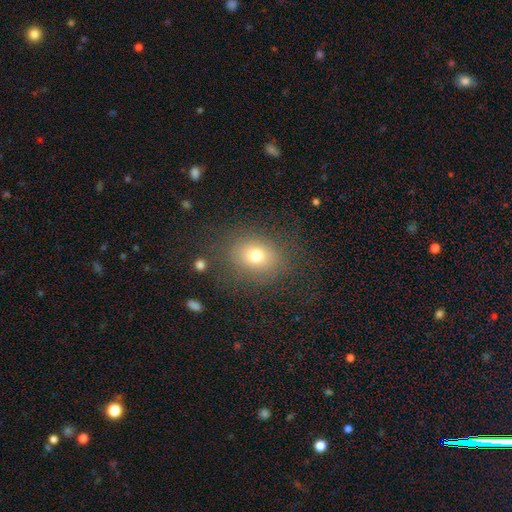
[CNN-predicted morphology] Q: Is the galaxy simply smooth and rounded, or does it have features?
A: smooth — 71%.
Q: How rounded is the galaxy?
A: round — 61%.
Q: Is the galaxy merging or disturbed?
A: none — 76%.